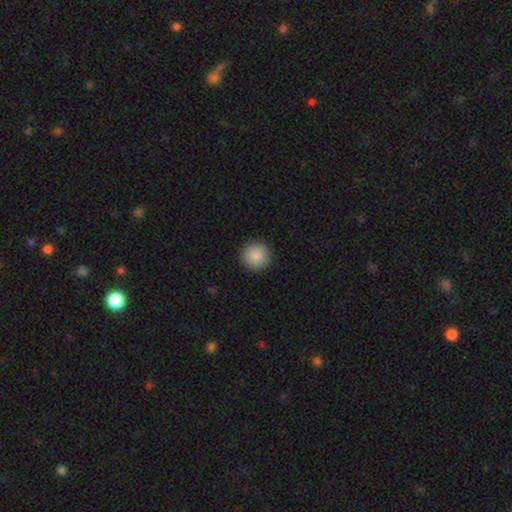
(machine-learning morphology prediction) smooth_or_featured: smooth (p=0.89) [alt: star or artifact p=0.08]
how_rounded: round (p=0.96) [alt: in between p=0.03]
merging: none (p=0.93) [alt: minor disturbance p=0.05]